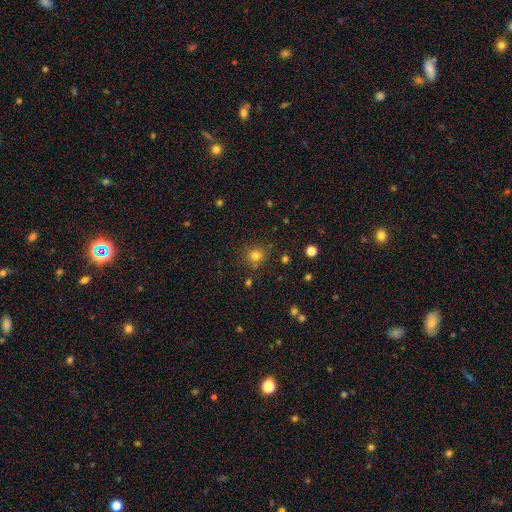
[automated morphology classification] Smooth or featured? Predicted: smooth (p=0.78). How rounded? Predicted: round (p=0.88). Merging? Predicted: none (p=0.81).